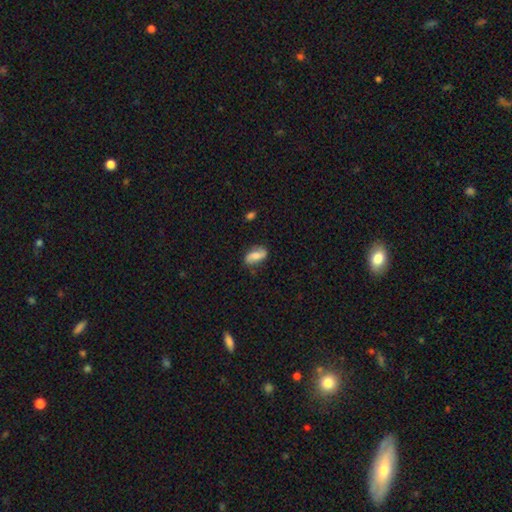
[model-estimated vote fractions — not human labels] Q: Smooth or featured?
A: smooth (51%); runner-up: featured or disk (41%)
Q: How rounded?
A: in between (86%); runner-up: cigar-shaped (9%)
Q: Merging?
A: none (72%); runner-up: minor disturbance (20%)